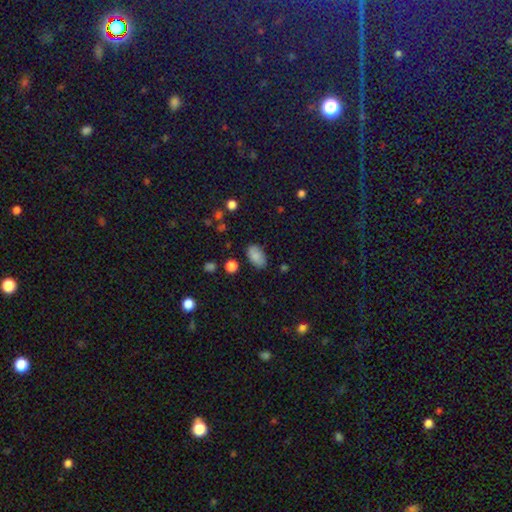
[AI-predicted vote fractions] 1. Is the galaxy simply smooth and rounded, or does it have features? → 84% smooth, 9% star or artifact, 8% featured or disk.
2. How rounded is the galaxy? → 92% in between, 6% round, 2% cigar-shaped.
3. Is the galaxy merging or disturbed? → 79% none, 15% minor disturbance, 4% major disturbance, 2% merger.